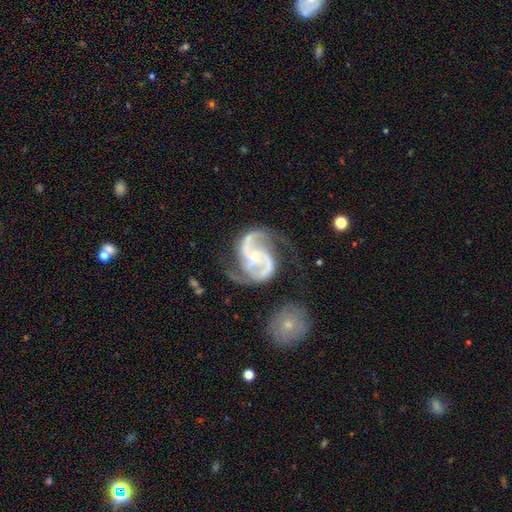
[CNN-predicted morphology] A featured or disk galaxy (94%) with no bar (47%), 2 (89%) medium (62%) spiral arms (99%) and a small central bulge (68%).

Vote fractions:
- Smooth or featured? featured or disk: 94% / star or artifact: 4% / smooth: 2%
- Edge-on disk? no: 98% / yes: 2%
- Bar? no: 47% / weak: 33% / strong: 20%
- Spiral arms? yes: 99% / no: 1%
- Spiral winding? medium: 62% / loose: 21% / tight: 17%
- Spiral arm count? 2: 89% / 3: 5% / can't tell: 2% / 1: 1% / 4: 1% / more than 4: 1%
- Bulge size? small: 68% / moderate: 29% / none: 2% / large: 1% / dominant: 1%
- Merging? none: 62% / minor disturbance: 20% / major disturbance: 13% / merger: 5%